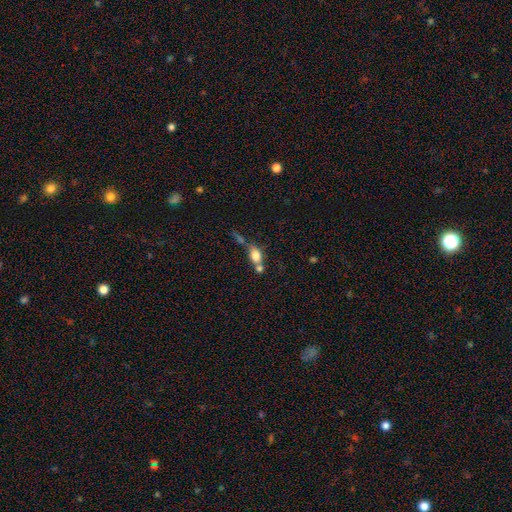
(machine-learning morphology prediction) type=smooth (72%); roundness=in between (69%); merging=merger (45%).